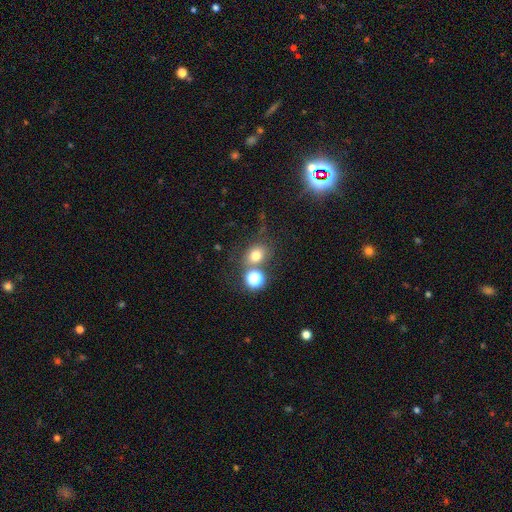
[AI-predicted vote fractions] smooth 72%, star or artifact 18%, featured or disk 9%. Down the decision tree: how rounded — round (63%); merging — none (63%).